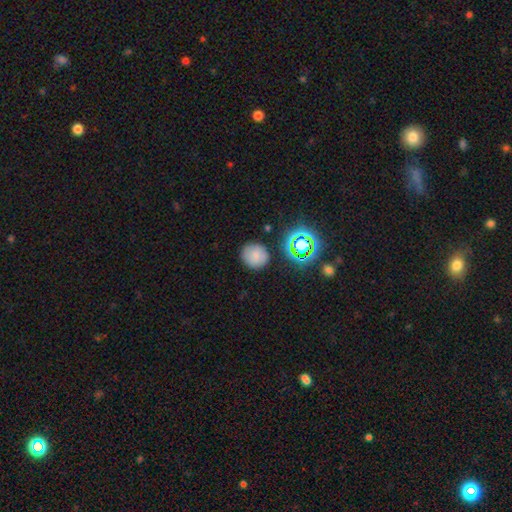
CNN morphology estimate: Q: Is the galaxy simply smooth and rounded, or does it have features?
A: smooth — 71%.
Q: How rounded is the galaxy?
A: round — 88%.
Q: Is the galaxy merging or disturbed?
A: none — 83%.